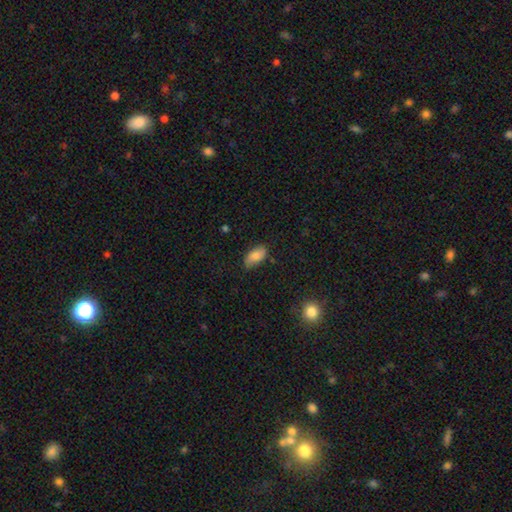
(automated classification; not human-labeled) A smooth galaxy with no disk features (81%) that is in between round and cigar-shaped (93%). Merging: none (76%).